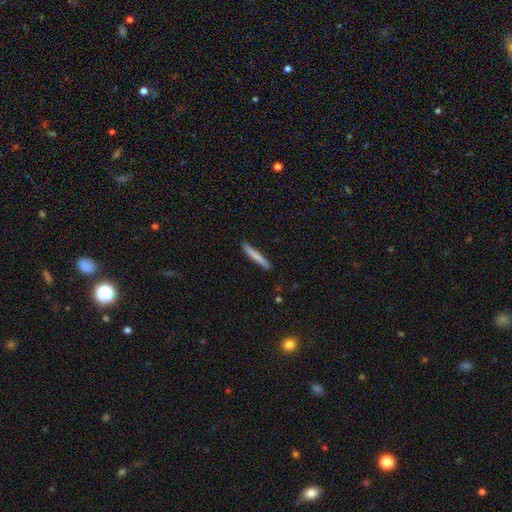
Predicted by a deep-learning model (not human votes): Smooth or featured?
  - smooth: 75% *
  - featured or disk: 19%
  - star or artifact: 6%
How rounded?
  - cigar-shaped: 96% *
  - in between: 3%
  - round: 1%
Merging?
  - none: 89% *
  - minor disturbance: 8%
  - major disturbance: 2%
  - merger: 1%